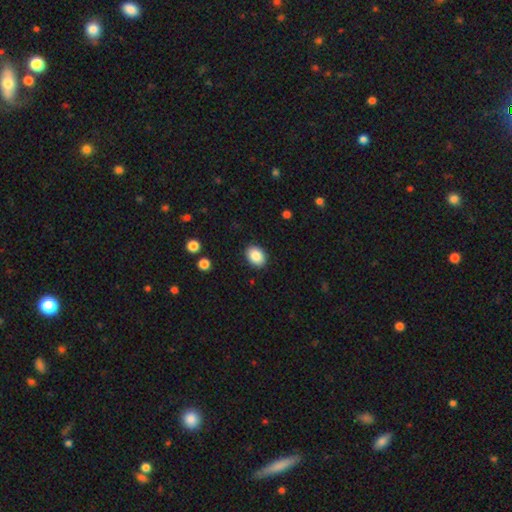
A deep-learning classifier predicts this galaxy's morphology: type=smooth (88%); roundness=in between (73%); merging=none (88%).